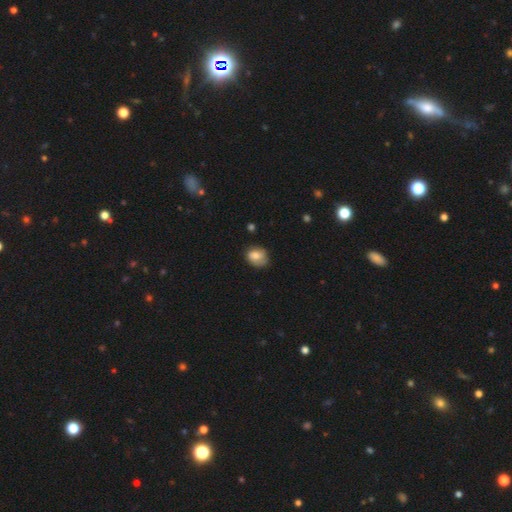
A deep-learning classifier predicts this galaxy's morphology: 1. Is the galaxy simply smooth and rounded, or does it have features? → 76% smooth, 16% featured or disk, 8% star or artifact.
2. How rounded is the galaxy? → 50% in between, 49% round, 1% cigar-shaped.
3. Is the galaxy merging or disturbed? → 59% none, 31% minor disturbance, 8% major disturbance, 2% merger.